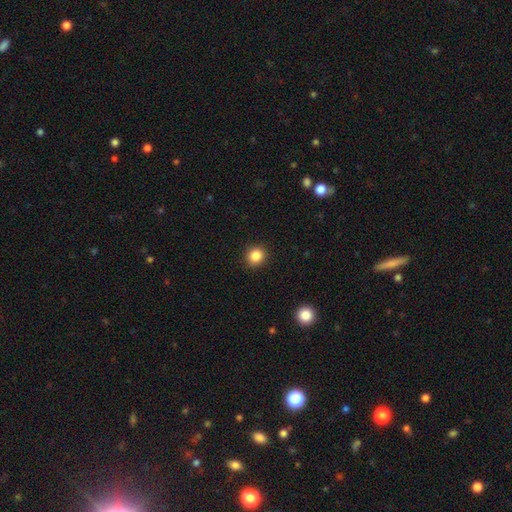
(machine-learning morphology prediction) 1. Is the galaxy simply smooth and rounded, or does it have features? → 86% smooth, 10% star or artifact, 4% featured or disk.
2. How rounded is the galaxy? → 83% round, 16% in between, 1% cigar-shaped.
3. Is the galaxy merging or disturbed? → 91% none, 6% minor disturbance, 2% major disturbance, 1% merger.